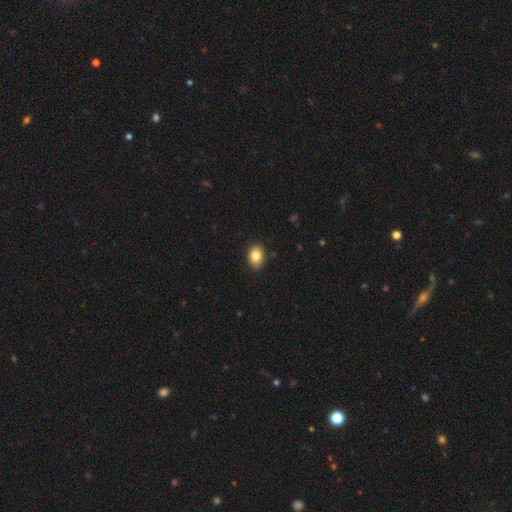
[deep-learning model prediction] Smooth or featured?
  - smooth: 85% *
  - star or artifact: 9%
  - featured or disk: 6%
How rounded?
  - in between: 69% *
  - round: 29%
  - cigar-shaped: 1%
Merging?
  - none: 85% *
  - minor disturbance: 12%
  - major disturbance: 2%
  - merger: 1%